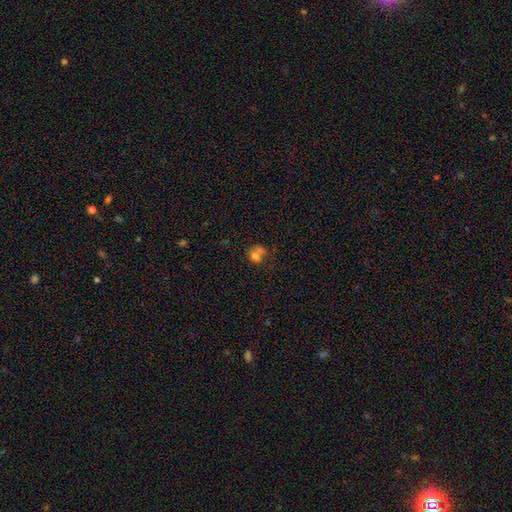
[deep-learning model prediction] smooth-or-featured: smooth: 71% | featured or disk: 17% | star or artifact: 13%
  how-rounded: round: 70% | in between: 29% | cigar-shaped: 1%
  merging: merger: 49% | none: 32% | minor disturbance: 12% | major disturbance: 8%